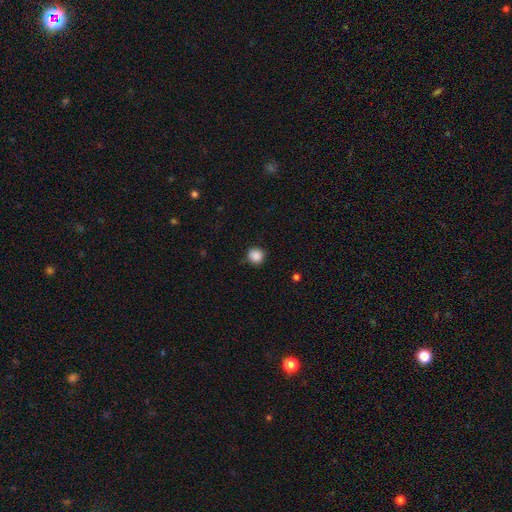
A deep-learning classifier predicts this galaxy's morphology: Smooth or featured? Predicted: smooth (p=0.88). How rounded? Predicted: round (p=0.92). Merging? Predicted: none (p=0.87).